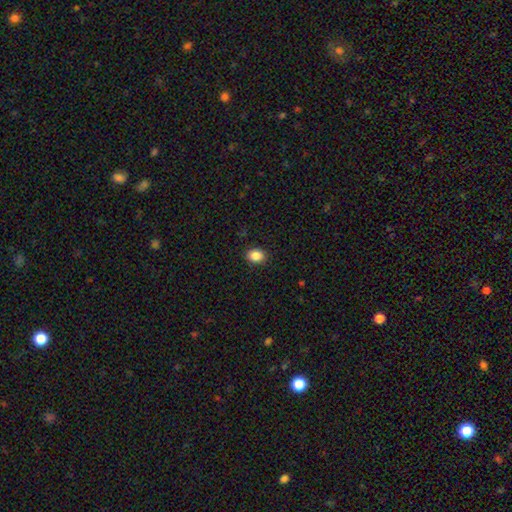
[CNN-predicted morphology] A smooth galaxy with no disk features (87%) that is in between round and cigar-shaped (56%). Merging: none (90%).